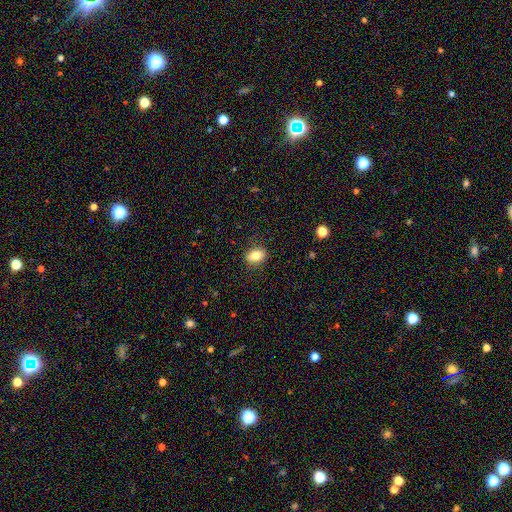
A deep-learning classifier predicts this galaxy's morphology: smooth_or_featured: smooth (p=0.81) [alt: featured or disk p=0.10]
how_rounded: in between (p=0.75) [alt: round p=0.23]
merging: none (p=0.84) [alt: minor disturbance p=0.12]